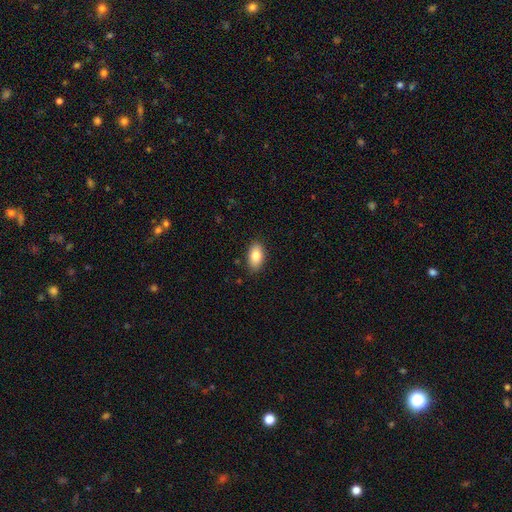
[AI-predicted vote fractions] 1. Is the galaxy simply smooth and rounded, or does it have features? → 84% smooth, 10% featured or disk, 7% star or artifact.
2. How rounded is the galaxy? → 92% in between, 4% round, 3% cigar-shaped.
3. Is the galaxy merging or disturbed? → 87% none, 10% minor disturbance, 2% major disturbance, 1% merger.